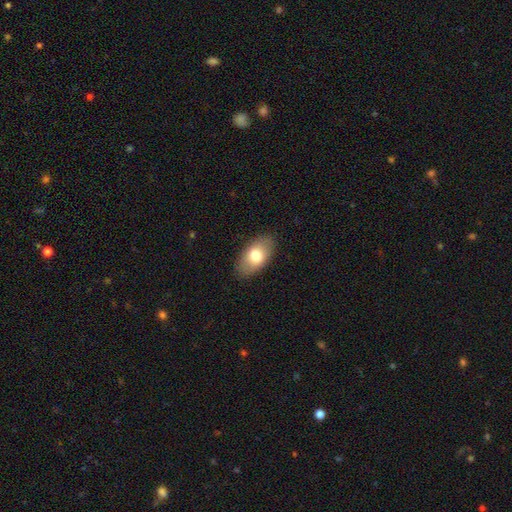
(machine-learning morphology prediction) Smooth or featured: smooth — 76% (featured or disk — 18%)
How rounded: in between — 93% (round — 4%)
Merging: none — 86% (minor disturbance — 10%)